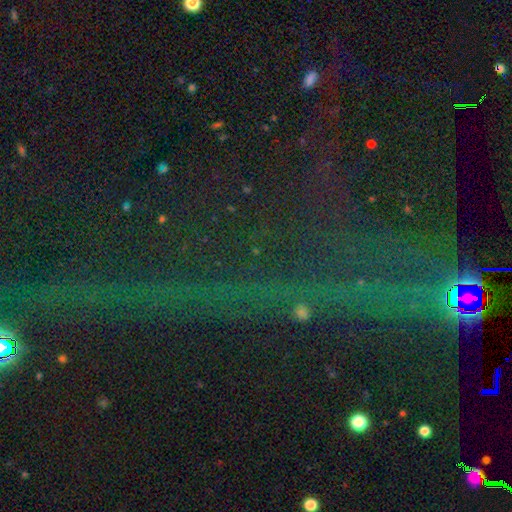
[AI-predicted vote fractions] Q: Smooth or featured?
A: star or artifact (80%); runner-up: featured or disk (11%)